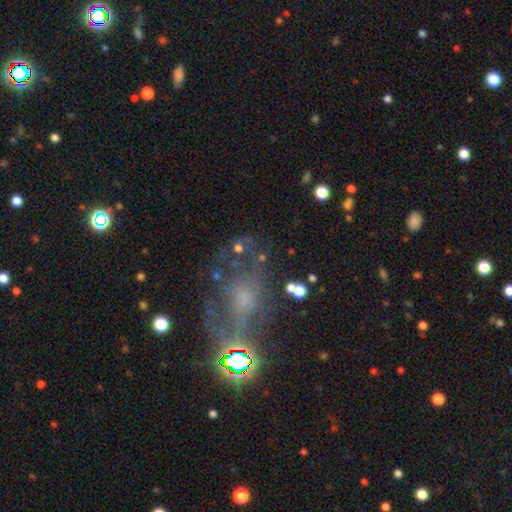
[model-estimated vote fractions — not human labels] Smooth or featured? featured or disk (47%)
Merging? none (55%)